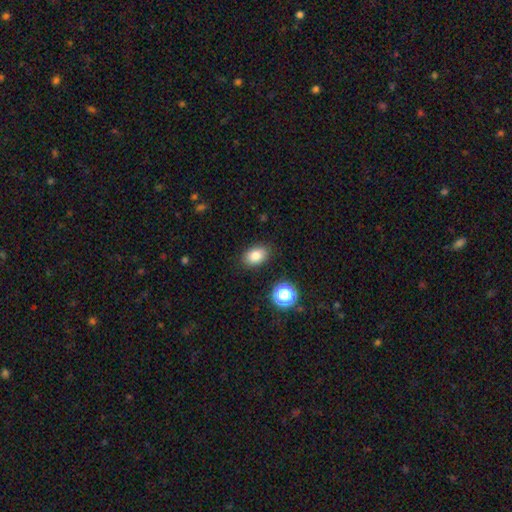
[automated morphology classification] Smooth or featured? Predicted: smooth (p=0.81). How rounded? Predicted: in between (p=0.81). Merging? Predicted: none (p=0.86).